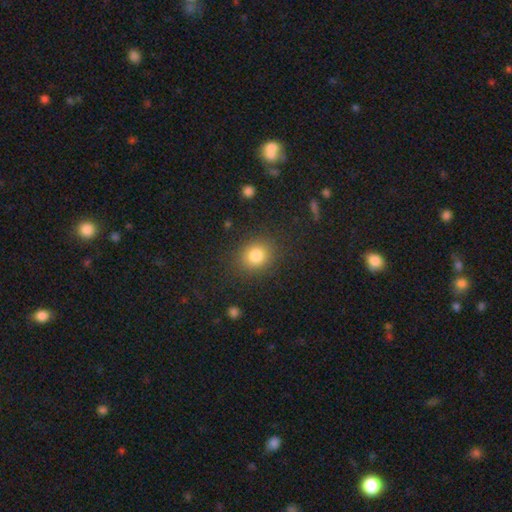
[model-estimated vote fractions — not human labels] A smooth galaxy with no disk features (83%) that is round (67%).

Vote fractions:
- Smooth or featured? smooth: 83% / star or artifact: 11% / featured or disk: 6%
- How rounded? round: 67% / in between: 32% / cigar-shaped: 1%
- Merging? none: 86% / minor disturbance: 9% / major disturbance: 4% / merger: 1%